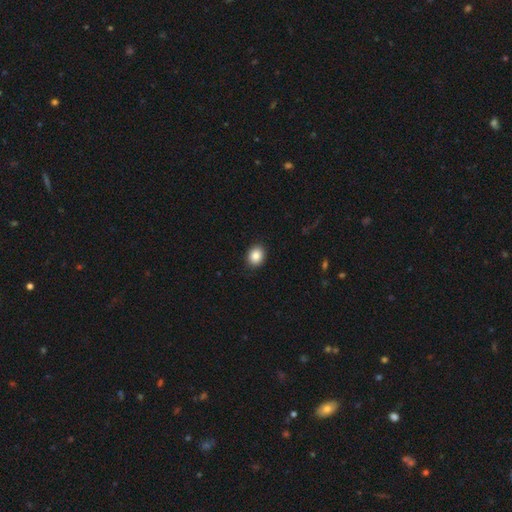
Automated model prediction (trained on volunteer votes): This is clearly a smooth galaxy (87%). How rounded: possibly round (53%). Merging: clearly none (91%).